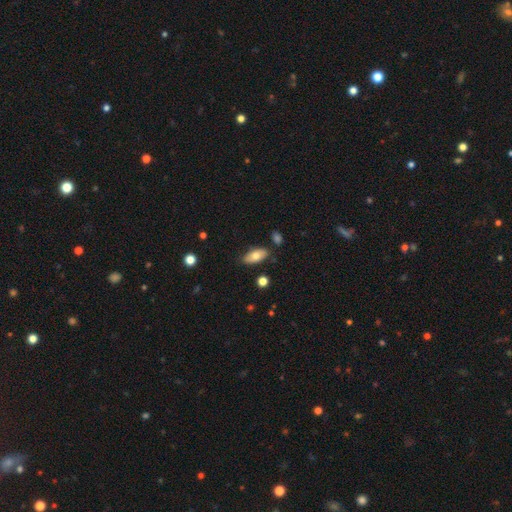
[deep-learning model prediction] This is likely a smooth galaxy (73%). How rounded: clearly in between (89%). Merging: likely none (78%).